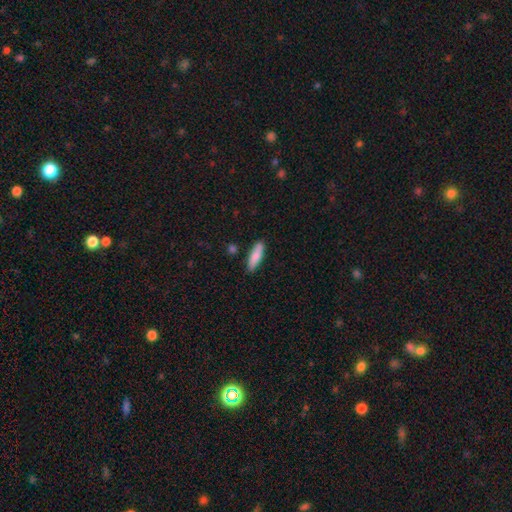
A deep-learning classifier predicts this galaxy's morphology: Smooth or featured? Predicted: smooth (p=0.82). How rounded? Predicted: cigar-shaped (p=0.56). Merging? Predicted: none (p=0.84).